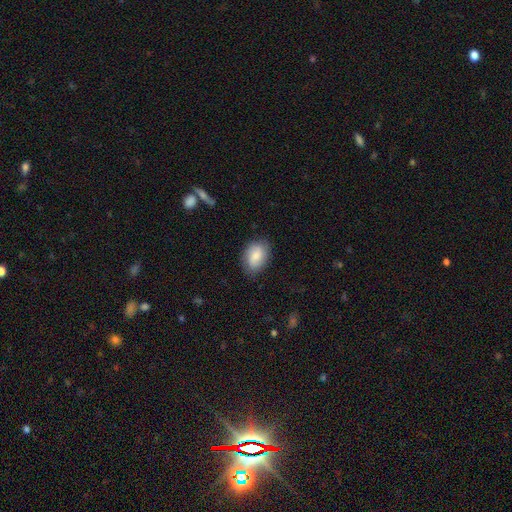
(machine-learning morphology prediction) Smooth or featured: smooth — 67% (featured or disk — 26%)
How rounded: in between — 83% (round — 15%)
Merging: none — 79% (minor disturbance — 16%)